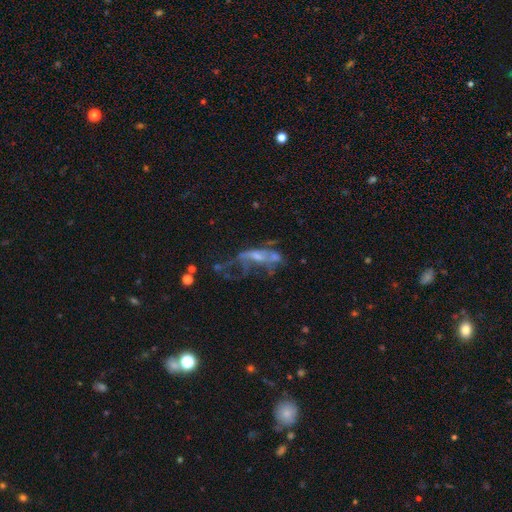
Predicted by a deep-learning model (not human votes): The model was most divided on "bulge size": small: 41%, none: 30%, moderate: 25%, large: 3%, dominant: 1%. Remaining: edge-on disk — no (87%); bar — no (70%); spiral arms — no (70%); smooth or featured — featured or disk (62%); merging — major disturbance (42%).